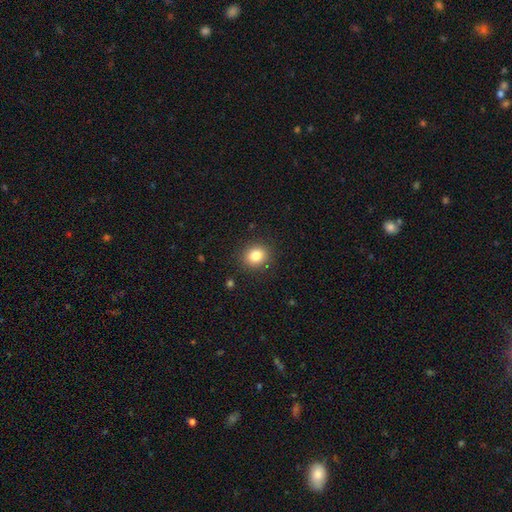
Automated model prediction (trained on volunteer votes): smooth-or-featured: smooth: 82% | star or artifact: 11% | featured or disk: 7%
  how-rounded: round: 77% | in between: 22% | cigar-shaped: 1%
  merging: none: 89% | minor disturbance: 7% | major disturbance: 2% | merger: 1%